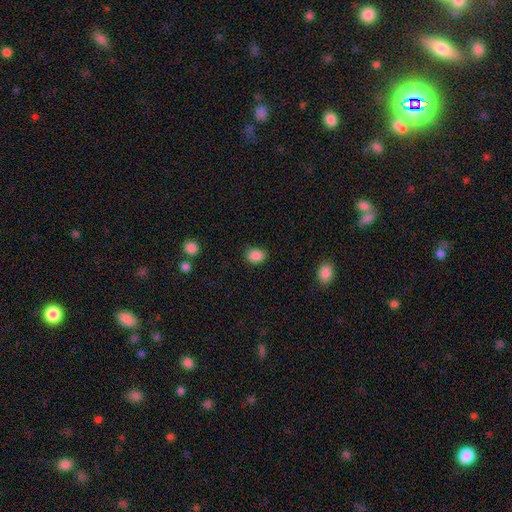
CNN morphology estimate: Q: Smooth or featured?
A: smooth (87%); runner-up: star or artifact (9%)
Q: How rounded?
A: in between (63%); runner-up: round (36%)
Q: Merging?
A: none (83%); runner-up: minor disturbance (13%)